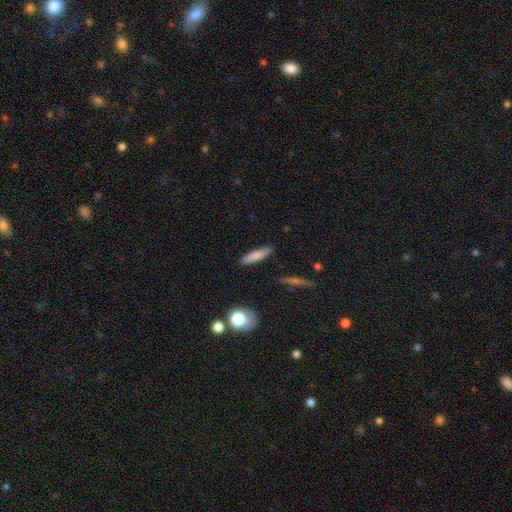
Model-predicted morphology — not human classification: Smooth or featured? smooth (80%)
How rounded? cigar-shaped (77%)
Merging? none (89%)